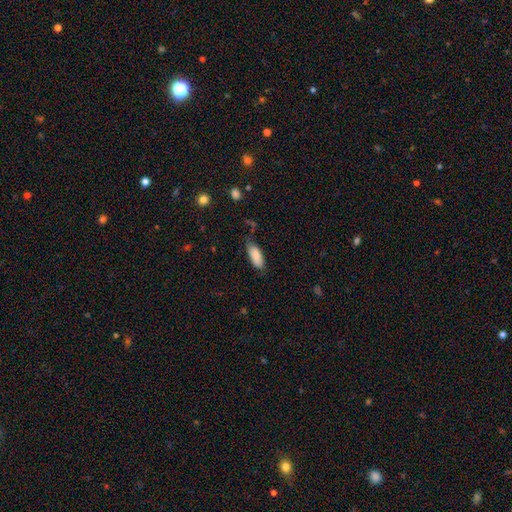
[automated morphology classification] Smooth or featured?
  - smooth: 86% *
  - featured or disk: 8%
  - star or artifact: 6%
How rounded?
  - in between: 81% *
  - cigar-shaped: 18%
  - round: 2%
Merging?
  - none: 69% *
  - minor disturbance: 24%
  - major disturbance: 5%
  - merger: 2%